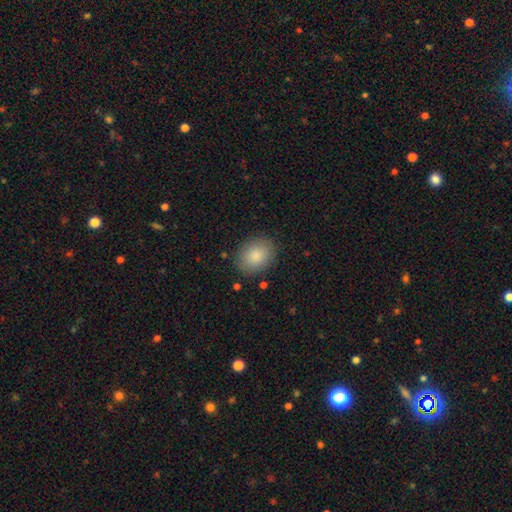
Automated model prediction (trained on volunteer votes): The model was most divided on "how rounded": in between: 59%, round: 40%, cigar-shaped: 1%. More confident: smooth or featured — smooth (87%); merging — none (85%).